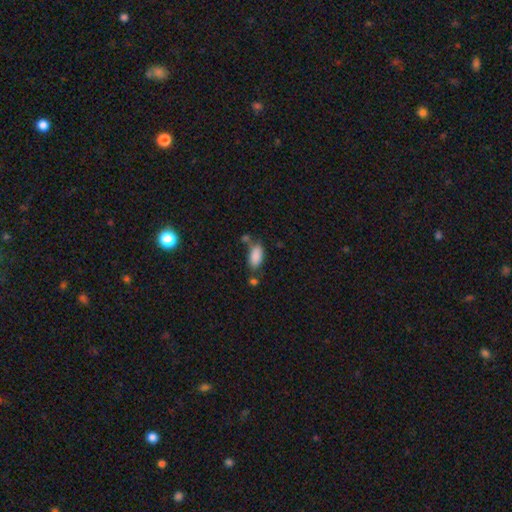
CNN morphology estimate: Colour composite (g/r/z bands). It shows a smooth galaxy with no disk features (87%) that is in between round and cigar-shaped (91%). Merging: none (59%).